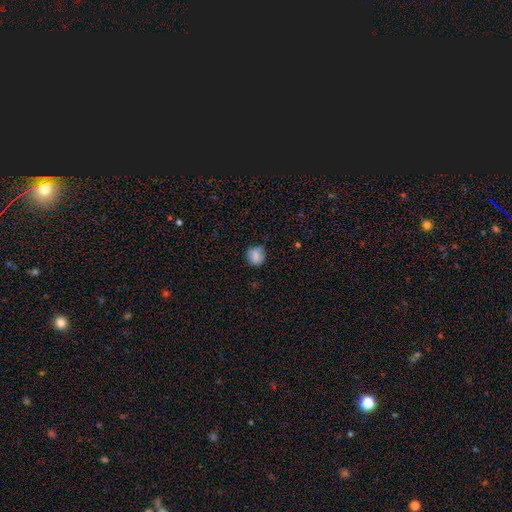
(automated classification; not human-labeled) Smooth or featured: smooth — 79% (featured or disk — 11%)
How rounded: round — 78% (in between — 21%)
Merging: none — 73% (minor disturbance — 20%)